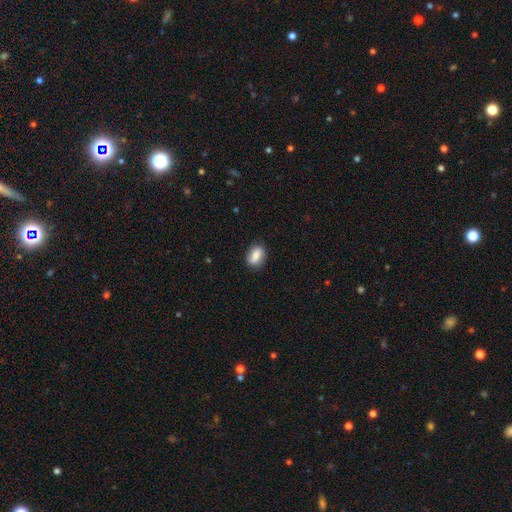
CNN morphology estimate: smooth_or_featured: smooth (p=0.73) [alt: featured or disk p=0.19]
how_rounded: in between (p=0.81) [alt: round p=0.15]
merging: none (p=0.80) [alt: minor disturbance p=0.15]